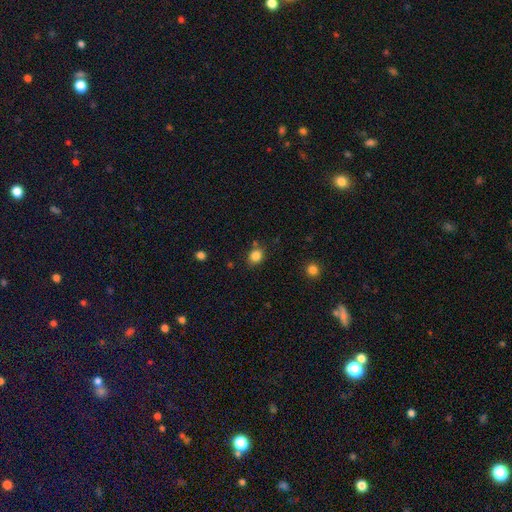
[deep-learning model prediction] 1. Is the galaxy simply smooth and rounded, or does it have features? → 84% smooth, 12% star or artifact, 5% featured or disk.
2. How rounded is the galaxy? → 68% round, 31% in between, 1% cigar-shaped.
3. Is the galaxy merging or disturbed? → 79% none, 12% minor disturbance, 6% merger, 3% major disturbance.